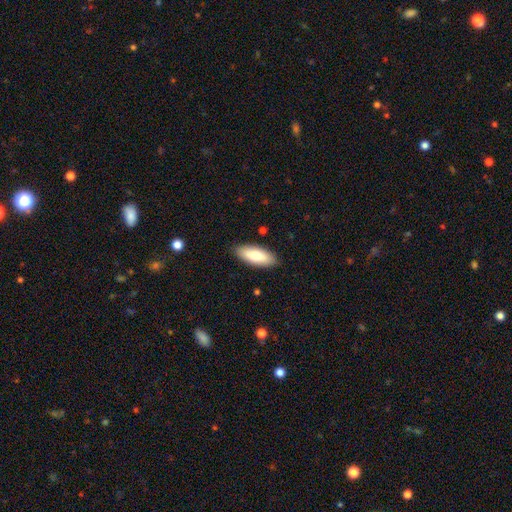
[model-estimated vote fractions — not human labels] This is likely a smooth galaxy (78%). How rounded: likely in between (78%). Merging: clearly none (88%).